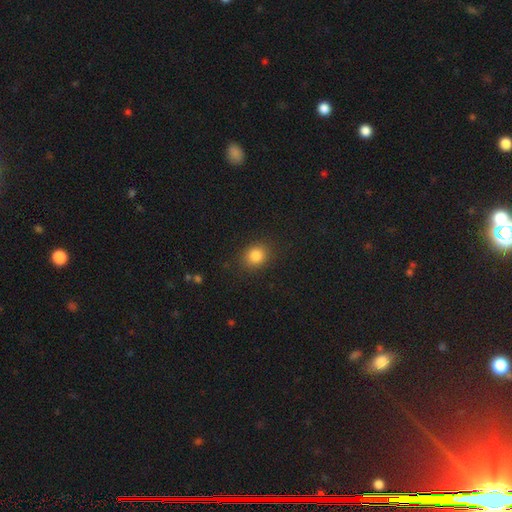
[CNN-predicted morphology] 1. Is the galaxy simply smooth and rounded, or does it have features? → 84% smooth, 11% star or artifact, 5% featured or disk.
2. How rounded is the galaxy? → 72% round, 27% in between, 1% cigar-shaped.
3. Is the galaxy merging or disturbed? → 87% none, 9% minor disturbance, 3% major disturbance, 1% merger.